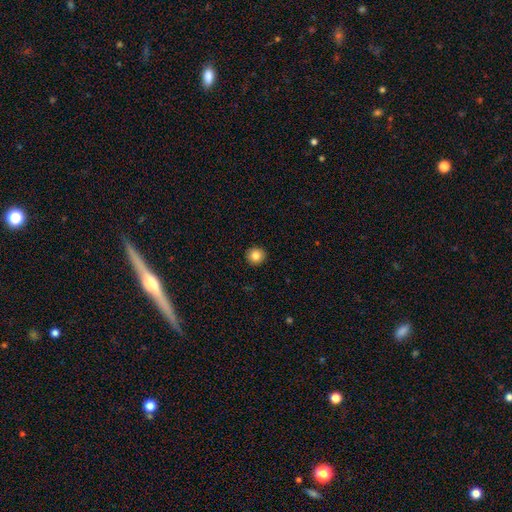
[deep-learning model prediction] A smooth galaxy with no disk features (84%) that is round (92%). Merging: none (93%).